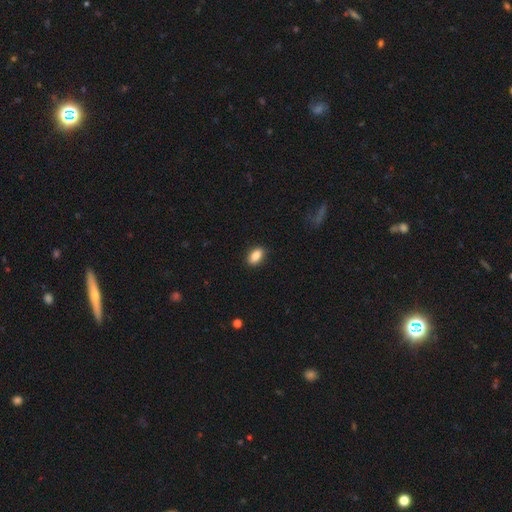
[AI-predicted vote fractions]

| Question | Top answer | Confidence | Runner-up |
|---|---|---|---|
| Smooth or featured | smooth | 85% | star or artifact (8%) |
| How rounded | in between | 88% | round (7%) |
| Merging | none | 89% | minor disturbance (9%) |